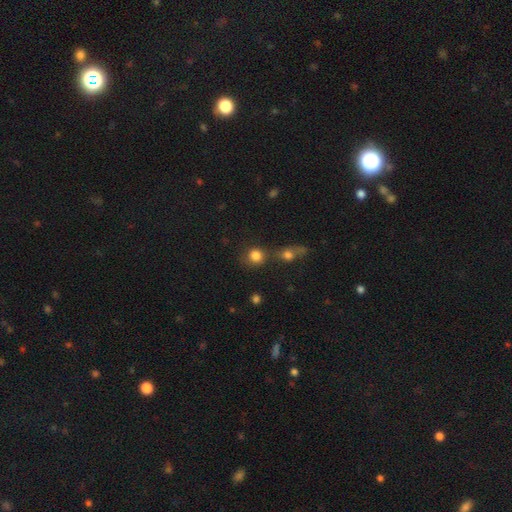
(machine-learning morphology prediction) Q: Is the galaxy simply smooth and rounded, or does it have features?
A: smooth — 82%.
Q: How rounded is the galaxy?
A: round — 86%.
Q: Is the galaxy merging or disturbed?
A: none — 58%.